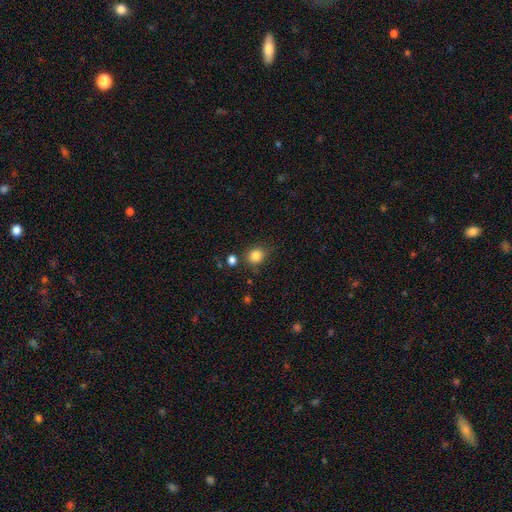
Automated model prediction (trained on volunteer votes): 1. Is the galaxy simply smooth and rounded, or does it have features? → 84% smooth, 11% star or artifact, 5% featured or disk.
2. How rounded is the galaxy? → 73% round, 26% in between, 1% cigar-shaped.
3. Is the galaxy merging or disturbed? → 77% none, 13% minor disturbance, 6% merger, 4% major disturbance.